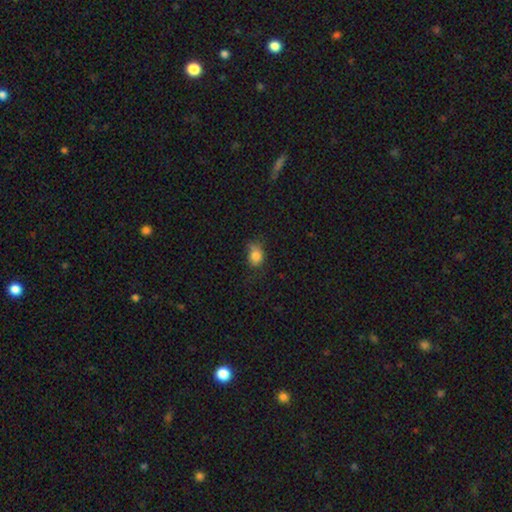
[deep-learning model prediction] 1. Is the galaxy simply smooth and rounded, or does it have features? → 83% smooth, 10% star or artifact, 7% featured or disk.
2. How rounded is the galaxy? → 57% in between, 42% round, 1% cigar-shaped.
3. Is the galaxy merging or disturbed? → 54% none, 32% minor disturbance, 12% major disturbance, 3% merger.